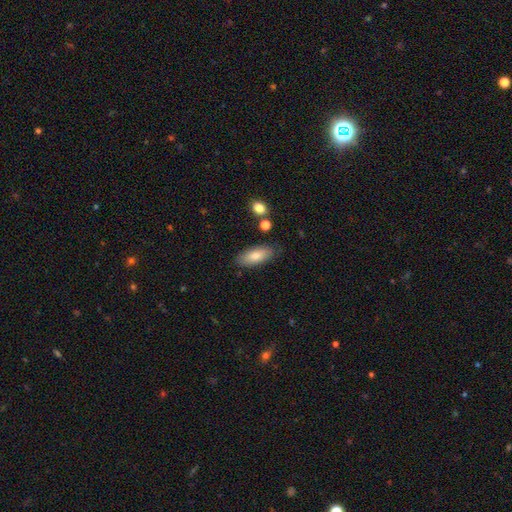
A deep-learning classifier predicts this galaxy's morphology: A smooth galaxy with no disk features (81%) that is in between round and cigar-shaped (80%). Merging: none (81%).